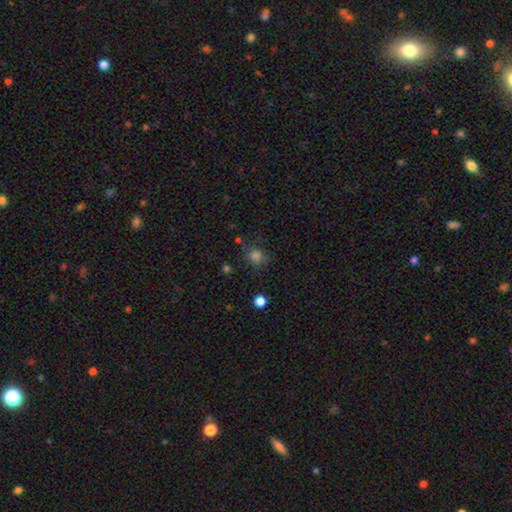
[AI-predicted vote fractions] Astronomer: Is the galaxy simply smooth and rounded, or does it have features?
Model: smooth — 78%.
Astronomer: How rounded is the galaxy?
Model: round — 76%.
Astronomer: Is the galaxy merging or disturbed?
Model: none — 74%.